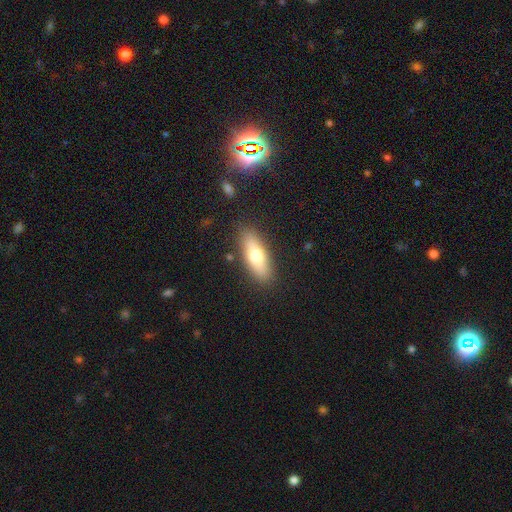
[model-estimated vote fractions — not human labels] smooth_or_featured: smooth (p=0.70) [alt: featured or disk p=0.24]
how_rounded: in between (p=0.60) [alt: cigar-shaped p=0.37]
merging: none (p=0.84) [alt: minor disturbance p=0.11]